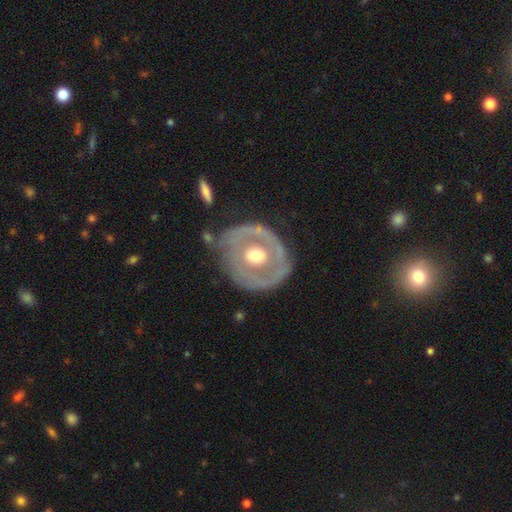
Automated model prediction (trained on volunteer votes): Smooth or featured: featured or disk — 68% (smooth — 28%)
Edge-on disk: no — 96% (yes — 4%)
Bar: no — 83% (weak — 12%)
Spiral arms: no — 69% (yes — 31%)
Bulge size: moderate — 75% (large — 12%)
Merging: none — 63% (minor disturbance — 21%)